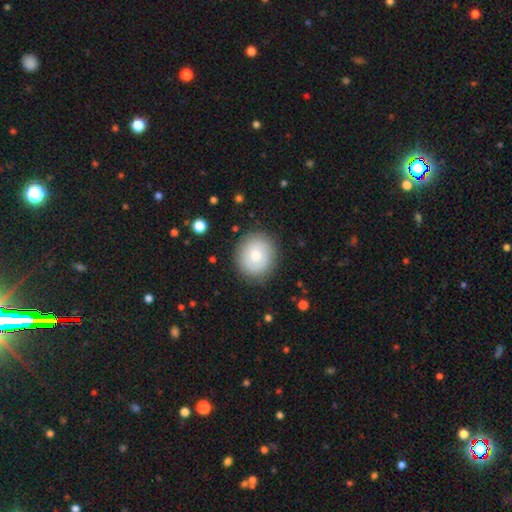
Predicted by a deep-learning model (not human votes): Smooth or featured? Predicted: smooth (p=0.72). How rounded? Predicted: round (p=0.85). Merging? Predicted: none (p=0.86).